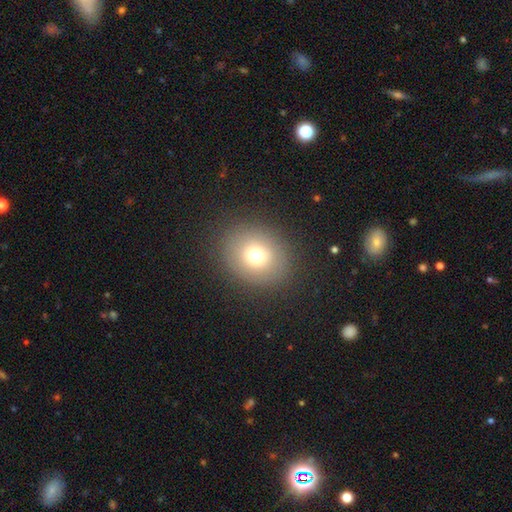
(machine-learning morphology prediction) This is likely a smooth galaxy (70%). How rounded: likely round (70%). Merging: clearly none (85%).